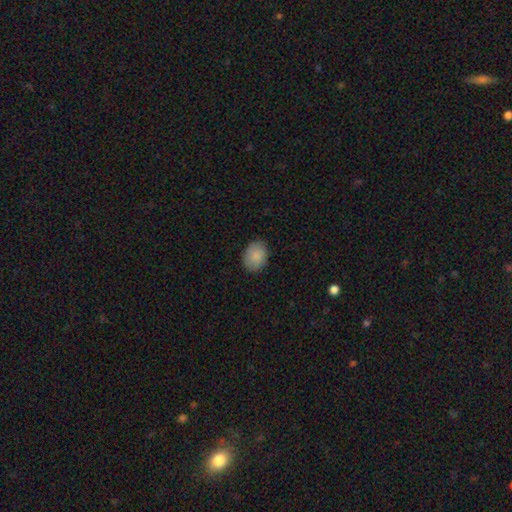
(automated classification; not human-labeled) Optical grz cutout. It shows a smooth galaxy with no disk features (88%) that is in between round and cigar-shaped (60%). Merging: none (86%).